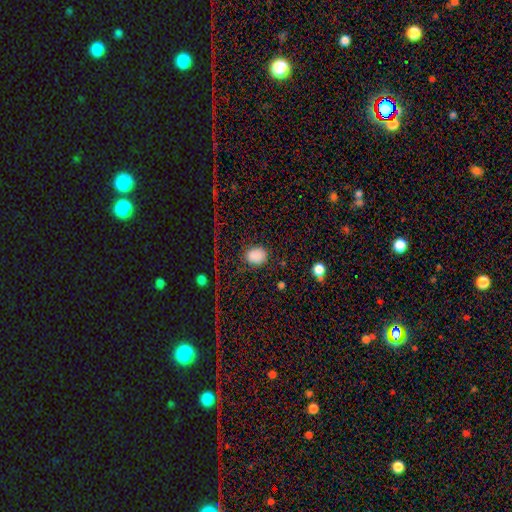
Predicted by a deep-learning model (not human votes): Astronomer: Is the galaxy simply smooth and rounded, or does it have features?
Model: smooth — 82%.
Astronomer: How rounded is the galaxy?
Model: in between — 54% (runner-up: round, 44%).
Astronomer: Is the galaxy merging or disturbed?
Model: none — 79%.